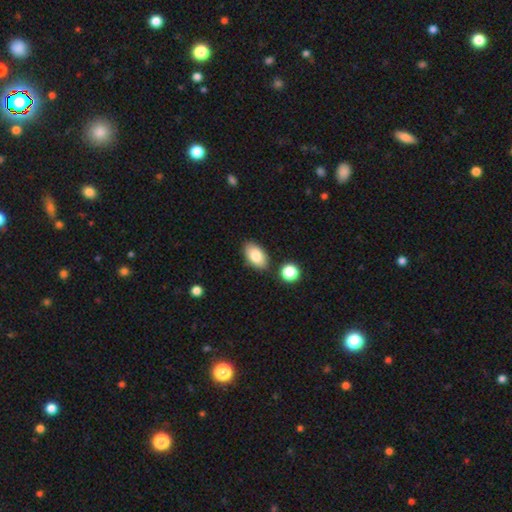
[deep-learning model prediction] Overall: smooth (83%). How rounded: in between (93%). Merging: none (83%).